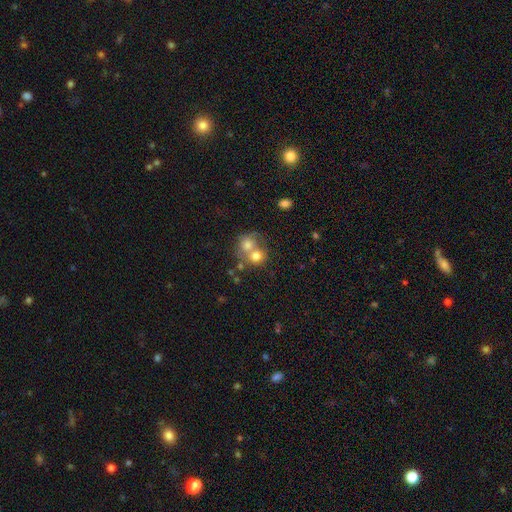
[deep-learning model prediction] Q: Smooth or featured?
A: smooth (70%); runner-up: featured or disk (19%)
Q: How rounded?
A: round (74%); runner-up: in between (25%)
Q: Merging?
A: merger (66%); runner-up: none (24%)